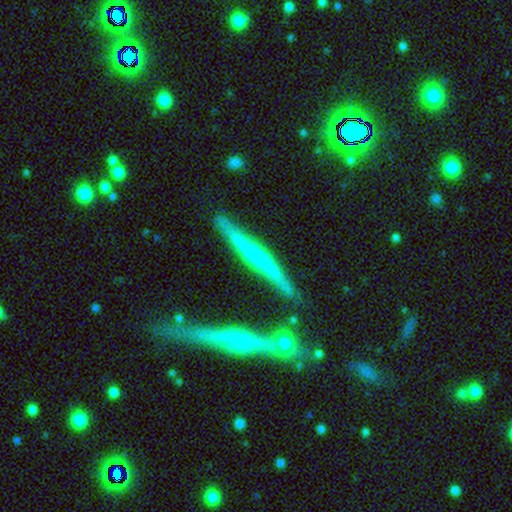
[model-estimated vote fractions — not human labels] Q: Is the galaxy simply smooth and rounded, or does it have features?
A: featured or disk — 69%.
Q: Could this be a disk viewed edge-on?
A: yes — 94%.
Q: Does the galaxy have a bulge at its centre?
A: rounded — 71%.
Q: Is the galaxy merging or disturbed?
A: none — 74%.